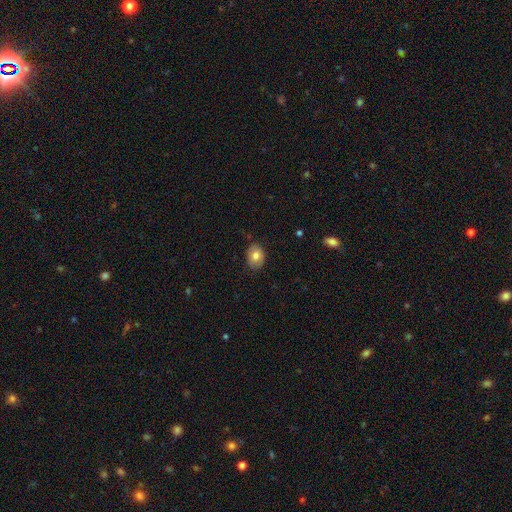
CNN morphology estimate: Smooth or featured: smooth — 78% (featured or disk — 14%)
How rounded: in between — 64% (round — 36%)
Merging: none — 82% (minor disturbance — 15%)